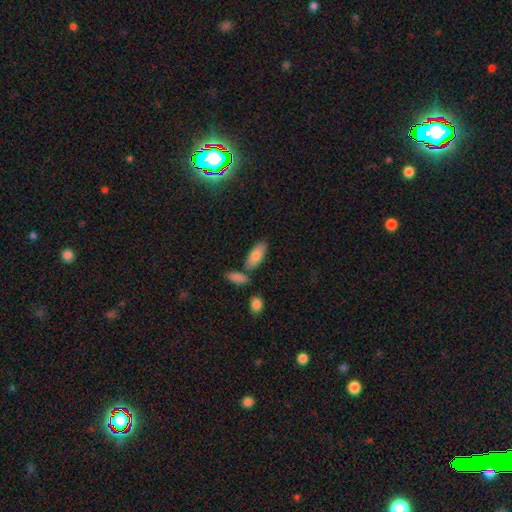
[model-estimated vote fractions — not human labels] smooth-or-featured: smooth: 80% | featured or disk: 13% | star or artifact: 7%
  how-rounded: in between: 83% | cigar-shaped: 15% | round: 2%
  merging: none: 70% | merger: 14% | minor disturbance: 13% | major disturbance: 3%